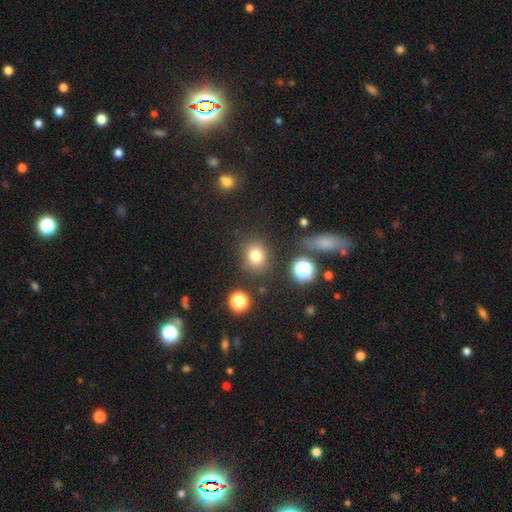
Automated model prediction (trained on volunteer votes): Morphology: type=smooth (78%); roundness=round (75%); merging=none (83%).